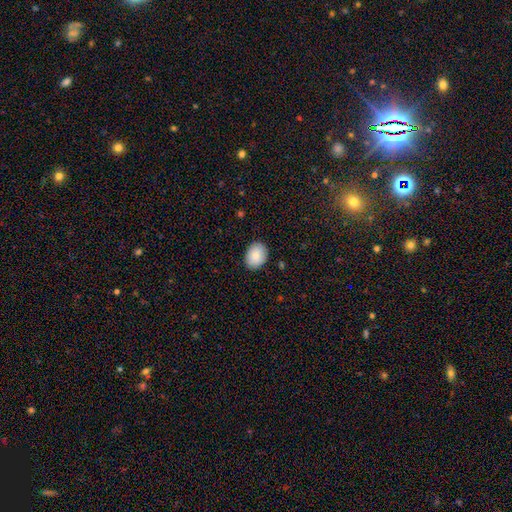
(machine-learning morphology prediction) This is clearly a smooth galaxy (83%). How rounded: likely in between (65%). Merging: clearly none (86%).